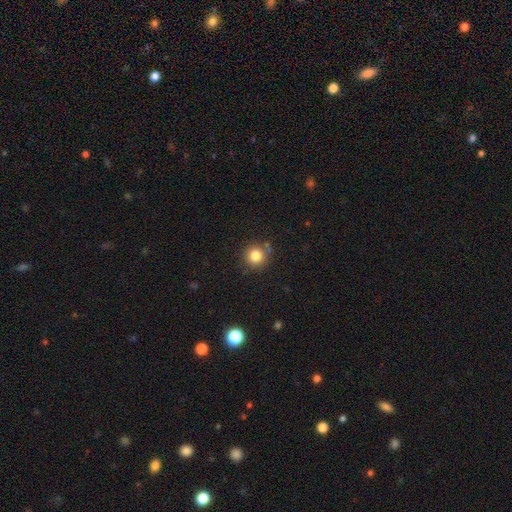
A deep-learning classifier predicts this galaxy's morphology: Smooth or featured? Predicted: smooth (p=0.82). How rounded? Predicted: round (p=0.93). Merging? Predicted: none (p=0.81).